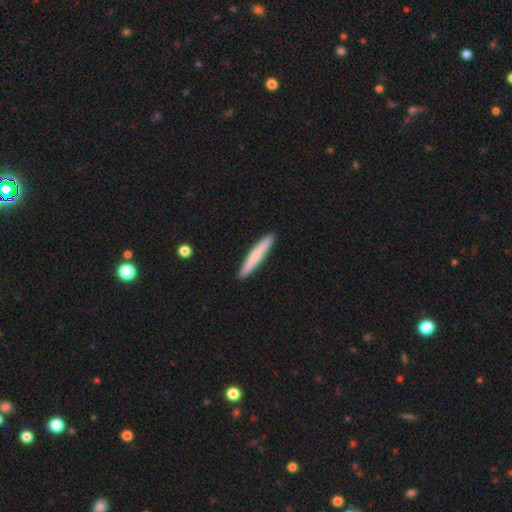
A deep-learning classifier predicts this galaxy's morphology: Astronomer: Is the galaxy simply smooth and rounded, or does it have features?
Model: smooth — 68%.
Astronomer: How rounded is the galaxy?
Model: cigar-shaped — 95%.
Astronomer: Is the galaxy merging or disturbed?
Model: none — 91%.